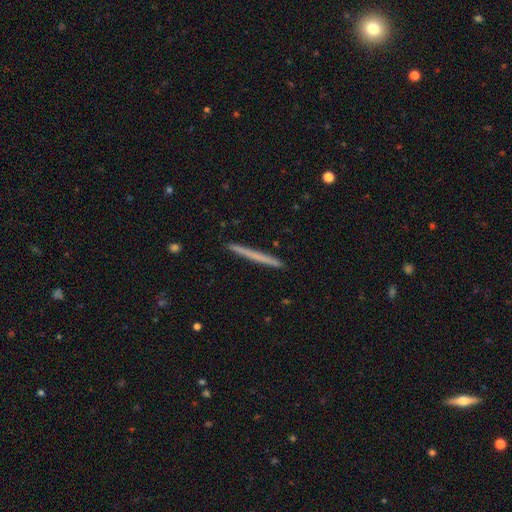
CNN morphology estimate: Q: Smooth or featured?
A: smooth (59%); runner-up: featured or disk (36%)
Q: How rounded?
A: cigar-shaped (97%); runner-up: in between (1%)
Q: Merging?
A: none (93%); runner-up: minor disturbance (5%)